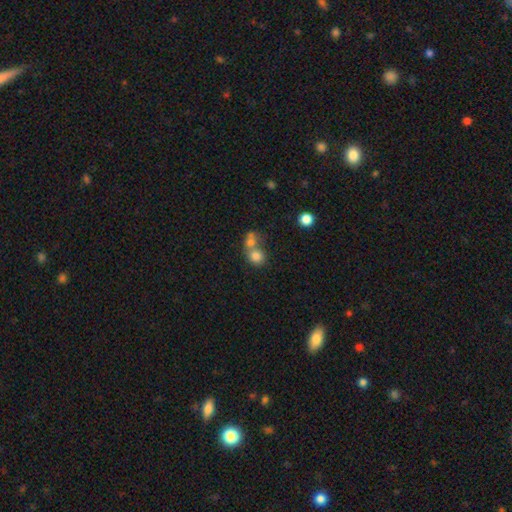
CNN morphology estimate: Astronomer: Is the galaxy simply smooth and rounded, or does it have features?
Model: smooth — 77%.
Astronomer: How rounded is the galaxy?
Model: round — 79%.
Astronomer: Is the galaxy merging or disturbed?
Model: merger — 55% (runner-up: none, 35%).